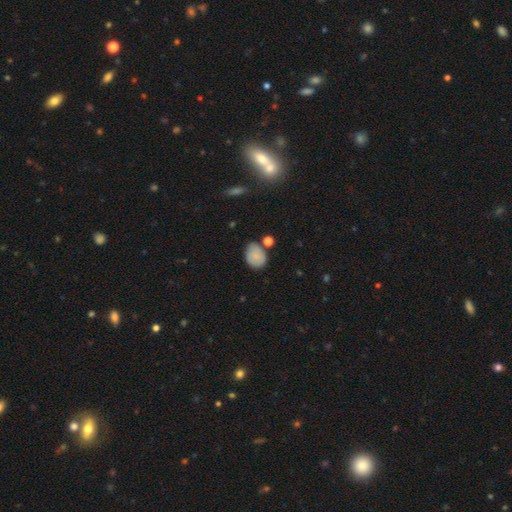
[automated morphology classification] Q: Smooth or featured?
A: smooth (81%); runner-up: featured or disk (10%)
Q: How rounded?
A: in between (57%); runner-up: round (42%)
Q: Merging?
A: none (63%); runner-up: minor disturbance (22%)